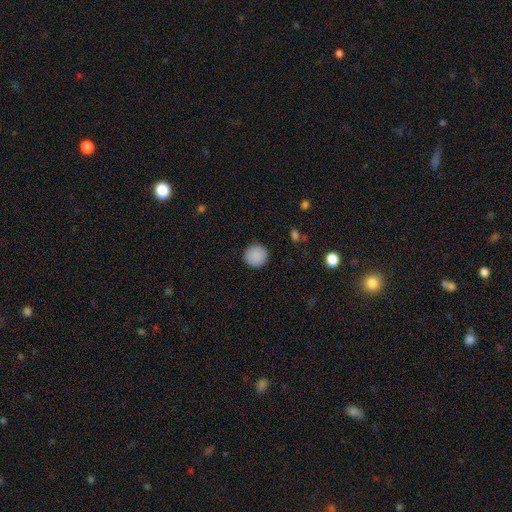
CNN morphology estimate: A smooth galaxy with no disk features (89%) that is round (94%).

Vote fractions:
- Smooth or featured? smooth: 89% / star or artifact: 8% / featured or disk: 3%
- How rounded? round: 94% / in between: 5% / cigar-shaped: 1%
- Merging? none: 91% / minor disturbance: 6% / major disturbance: 2% / merger: 1%